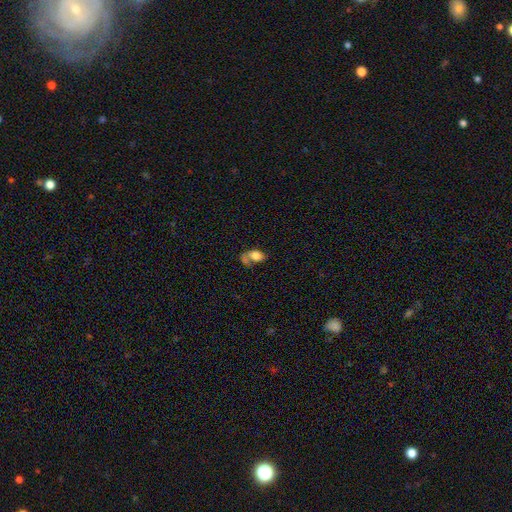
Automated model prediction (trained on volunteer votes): Morphology: type=smooth (70%); roundness=in between (82%); merging=merger (35%).